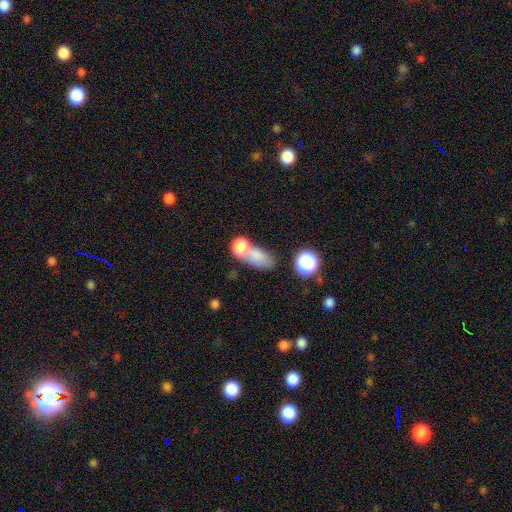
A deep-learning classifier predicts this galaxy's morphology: A smooth galaxy with no disk features (75%) that is in between round and cigar-shaped (74%).

Vote fractions:
- Smooth or featured? smooth: 75% / featured or disk: 13% / star or artifact: 12%
- How rounded? in between: 74% / round: 20% / cigar-shaped: 6%
- Merging? merger: 44% / none: 35% / minor disturbance: 13% / major disturbance: 8%